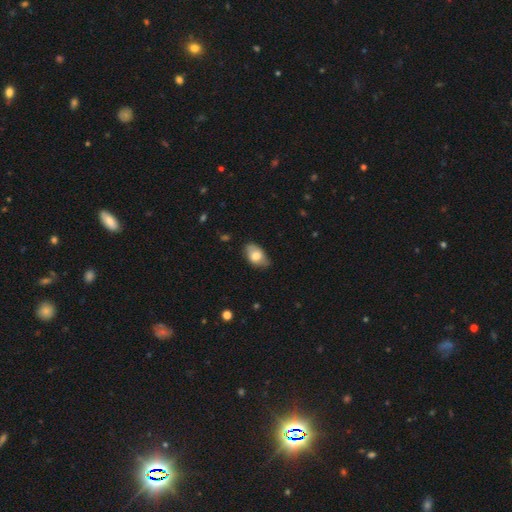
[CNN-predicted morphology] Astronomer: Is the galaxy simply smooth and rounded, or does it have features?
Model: smooth — 73%.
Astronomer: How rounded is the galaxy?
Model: in between — 90%.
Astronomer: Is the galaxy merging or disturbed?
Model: none — 67%.